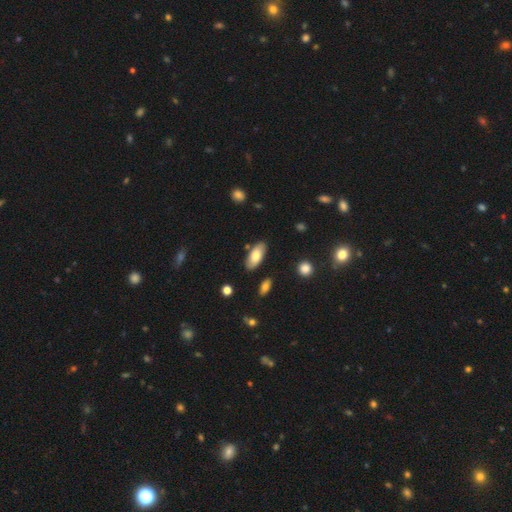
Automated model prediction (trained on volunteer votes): Smooth or featured? Predicted: smooth (p=0.75). How rounded? Predicted: in between (p=0.89). Merging? Predicted: none (p=0.83).